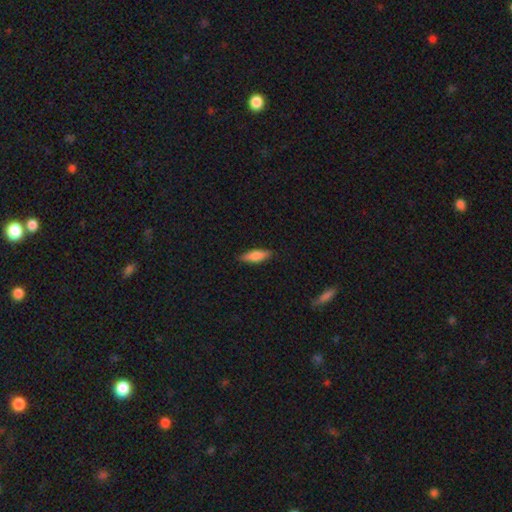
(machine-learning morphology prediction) Smooth or featured?
  - smooth: 78% *
  - featured or disk: 16%
  - star or artifact: 6%
How rounded?
  - in between: 52% *
  - cigar-shaped: 46%
  - round: 2%
Merging?
  - none: 87% *
  - minor disturbance: 10%
  - major disturbance: 2%
  - merger: 1%